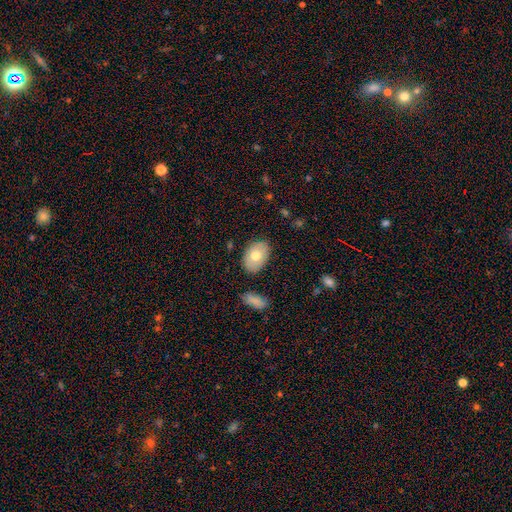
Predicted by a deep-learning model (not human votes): This appears to be a smooth galaxy with no disk features (71%) that is in between round and cigar-shaped (87%). Merging: none (83%).